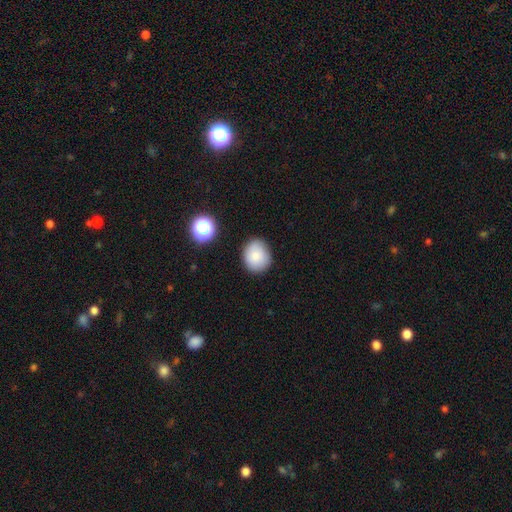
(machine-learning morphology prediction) Overall: smooth (84%). How rounded: round (68%; in between 31%). Merging: none (85%).